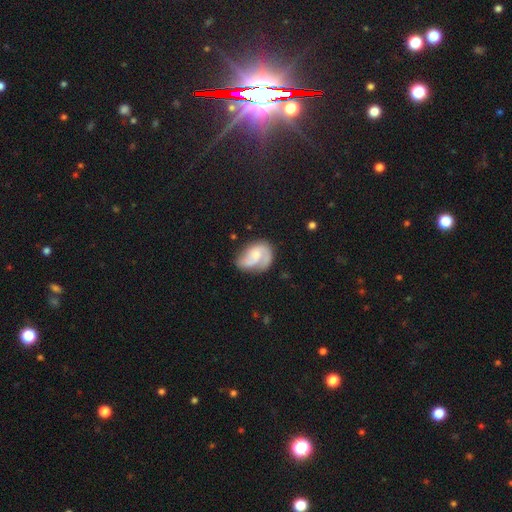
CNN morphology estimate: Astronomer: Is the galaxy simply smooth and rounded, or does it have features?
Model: featured or disk — 68%.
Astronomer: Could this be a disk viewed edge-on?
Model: no — 97%.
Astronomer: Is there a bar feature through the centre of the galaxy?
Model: no — 65%.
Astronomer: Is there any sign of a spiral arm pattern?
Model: yes — 90%.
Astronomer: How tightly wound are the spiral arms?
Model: medium — 44% (runner-up: tight, 31%).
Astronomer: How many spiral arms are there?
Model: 2 — 58%.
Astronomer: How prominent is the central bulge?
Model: small — 54% (runner-up: moderate, 32%).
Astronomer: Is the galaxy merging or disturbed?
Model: none — 52% (runner-up: minor disturbance, 27%).